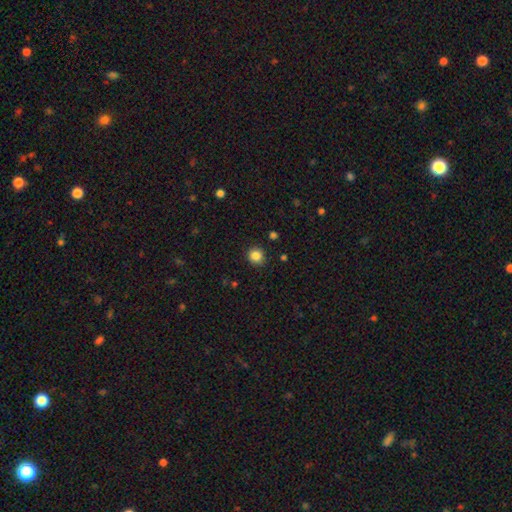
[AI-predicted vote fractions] The model was most divided on "smooth or featured": smooth: 85%, star or artifact: 11%, featured or disk: 4%. More confident: how rounded — round (90%); merging — none (88%).